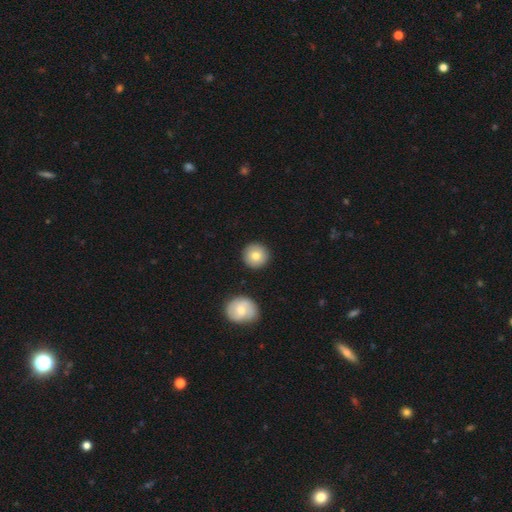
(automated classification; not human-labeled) The model was most divided on "smooth or featured": smooth: 80%, featured or disk: 13%, star or artifact: 7%. More confident: how rounded — round (95%); merging — none (90%).